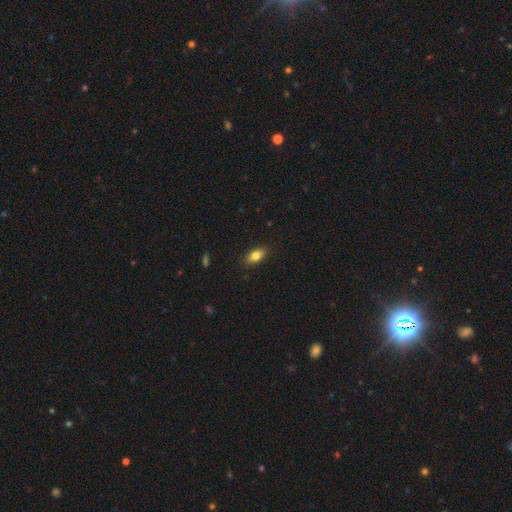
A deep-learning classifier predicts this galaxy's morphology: This appears to be a smooth galaxy with no disk features (81%) that is in between round and cigar-shaped (86%). Merging: none (87%).